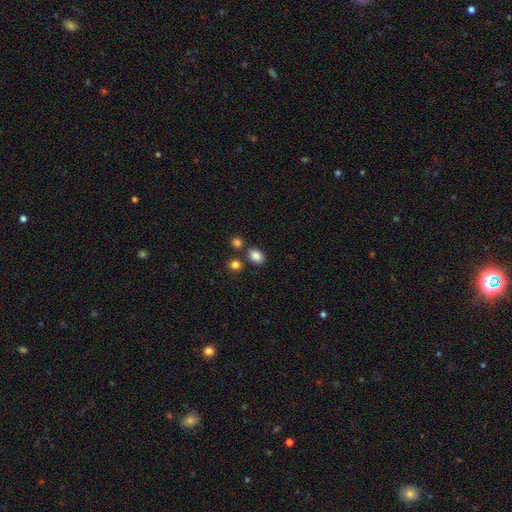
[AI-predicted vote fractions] Morphology: type=smooth (85%); roundness=in between (56%); merging=none (74%).